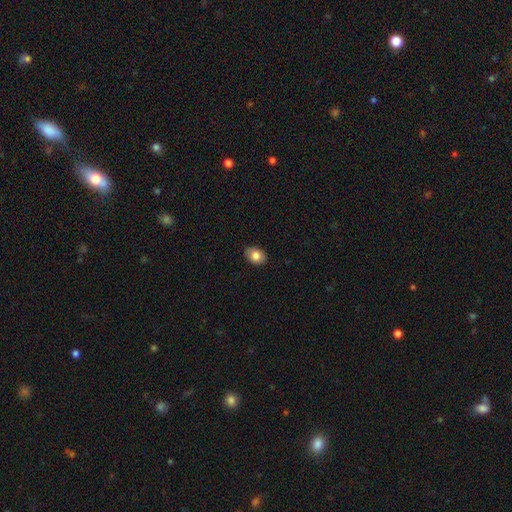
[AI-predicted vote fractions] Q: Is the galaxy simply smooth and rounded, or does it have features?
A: smooth — 83%.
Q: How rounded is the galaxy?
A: in between — 74%.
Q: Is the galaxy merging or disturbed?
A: none — 86%.